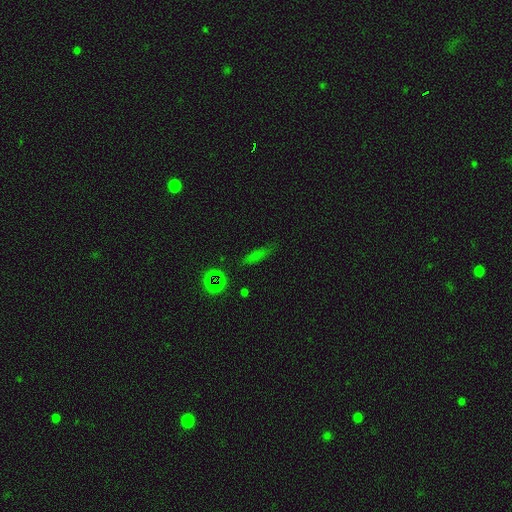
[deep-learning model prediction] Q: Smooth or featured?
A: smooth (59%); runner-up: star or artifact (27%)
Q: How rounded?
A: cigar-shaped (62%); runner-up: in between (32%)
Q: Merging?
A: none (77%); runner-up: minor disturbance (16%)